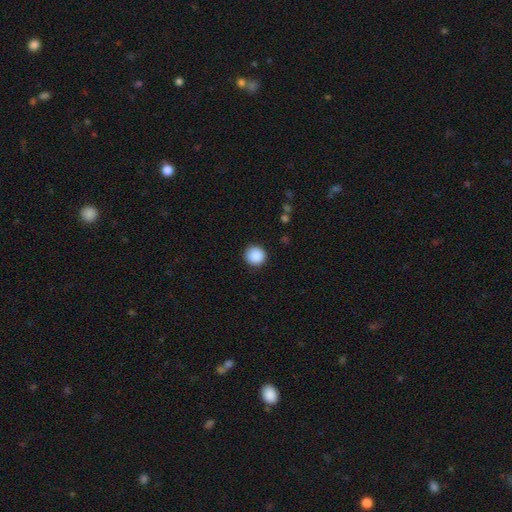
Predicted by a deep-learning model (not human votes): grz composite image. It shows a smooth galaxy with no disk features (89%) that is round (95%). Merging: none (91%).